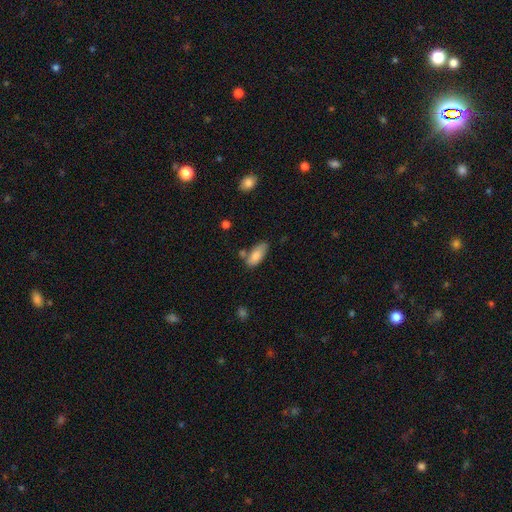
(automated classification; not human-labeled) Smooth or featured: smooth — 81% (featured or disk — 12%)
How rounded: in between — 85% (cigar-shaped — 13%)
Merging: none — 57% (minor disturbance — 25%)